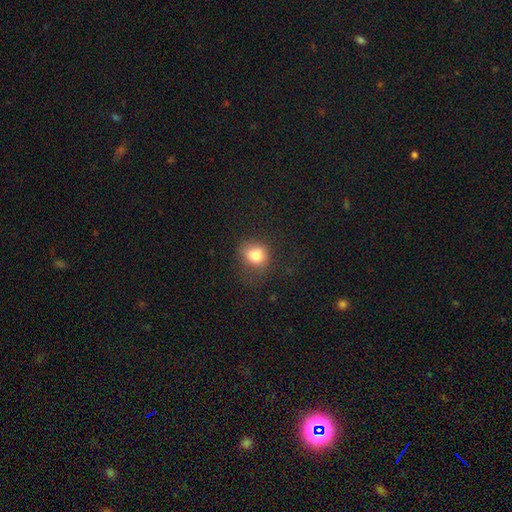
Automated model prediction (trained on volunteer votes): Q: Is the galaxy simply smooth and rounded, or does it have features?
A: smooth — 80%.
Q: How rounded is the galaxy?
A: round — 70%.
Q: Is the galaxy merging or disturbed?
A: none — 63%.